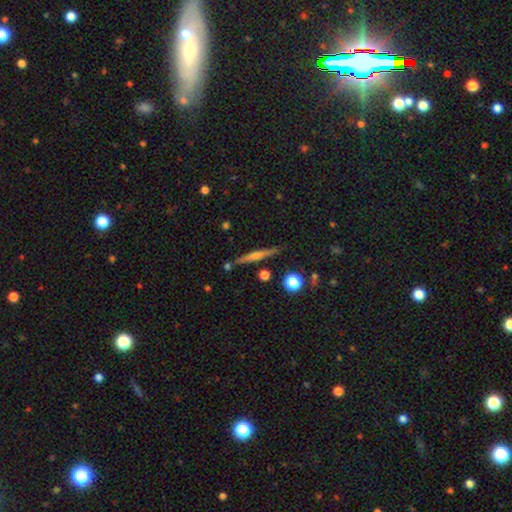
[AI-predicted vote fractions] Smooth or featured? featured or disk (58%)
Edge-on disk? yes (97%)
Edge-on bulge? rounded (59%)
Merging? none (86%)